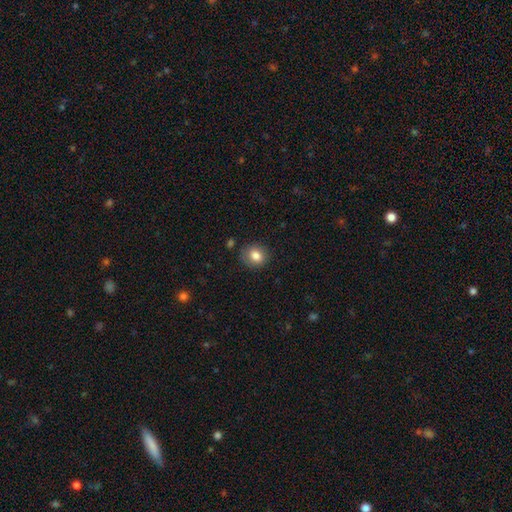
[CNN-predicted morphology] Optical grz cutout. It shows a smooth galaxy with no disk features (83%) that is round (71%). Merging: none (83%).